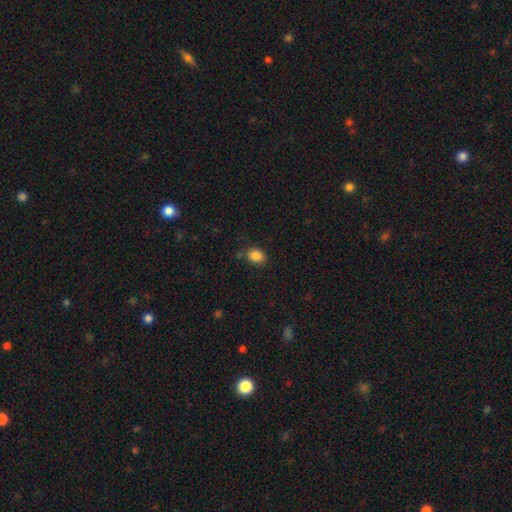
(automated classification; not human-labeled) The model was most divided on "how rounded": in between: 65%, round: 34%, cigar-shaped: 1%. More confident: smooth or featured — smooth (86%); merging — none (74%).